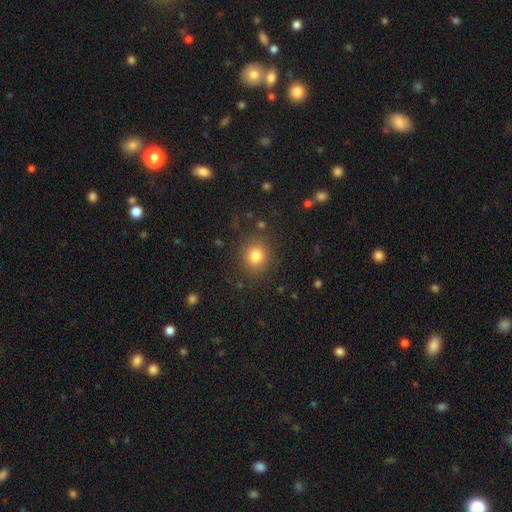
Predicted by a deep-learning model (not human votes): Smooth or featured? smooth (81%)
How rounded? round (81%)
Merging? none (85%)